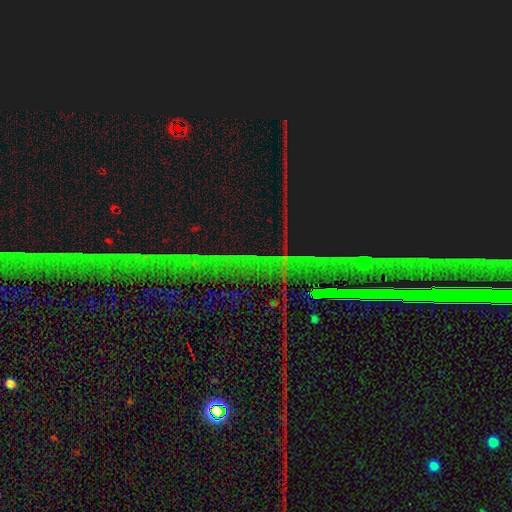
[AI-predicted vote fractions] Smooth or featured? star or artifact (83%)